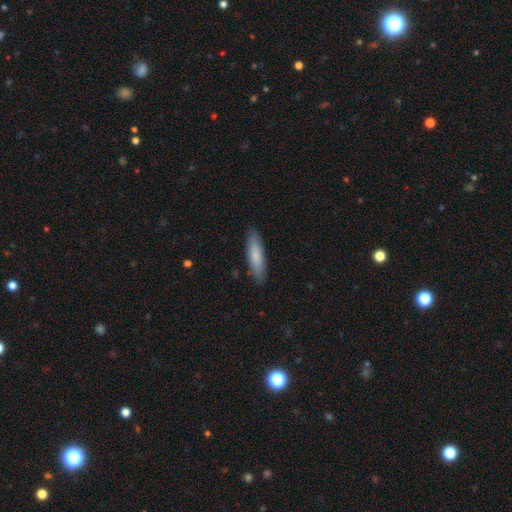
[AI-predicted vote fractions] smooth 79%, featured or disk 15%, star or artifact 5%. Down the decision tree: how rounded — cigar-shaped (71%); merging — none (87%).